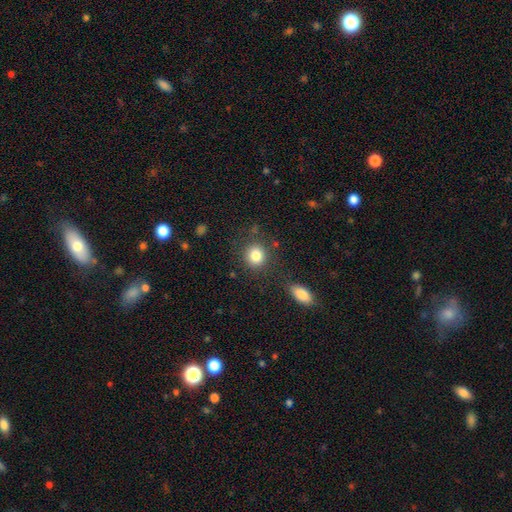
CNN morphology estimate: Smooth or featured?
  - smooth: 84% *
  - star or artifact: 9%
  - featured or disk: 6%
How rounded?
  - round: 80% *
  - in between: 19%
  - cigar-shaped: 1%
Merging?
  - none: 81% *
  - minor disturbance: 10%
  - merger: 5%
  - major disturbance: 4%